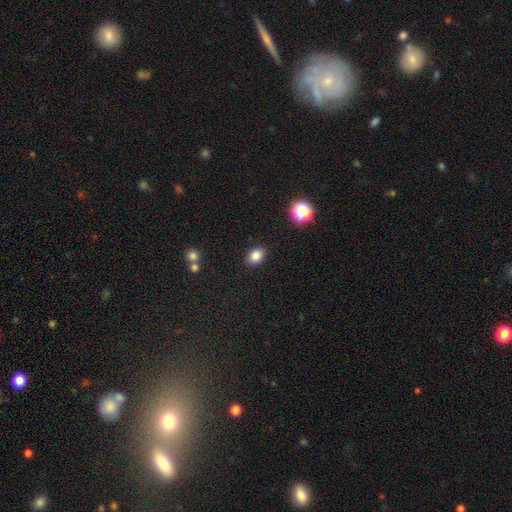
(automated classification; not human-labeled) Morphology: type=smooth (83%); roundness=in between (73%); merging=none (87%).